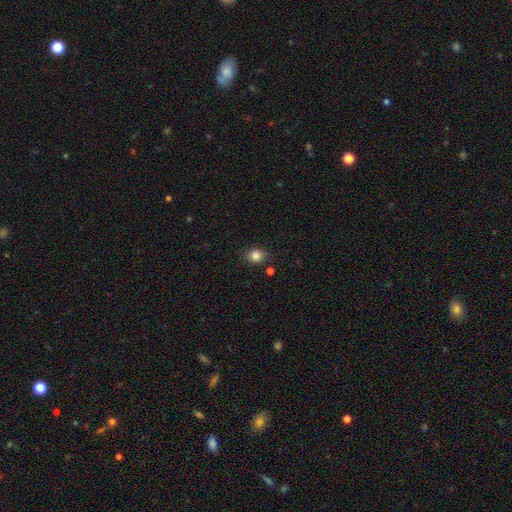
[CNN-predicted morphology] smooth-or-featured: smooth: 84% | star or artifact: 11% | featured or disk: 5%
  how-rounded: round: 58% | in between: 41% | cigar-shaped: 1%
  merging: none: 82% | minor disturbance: 11% | merger: 4% | major disturbance: 3%